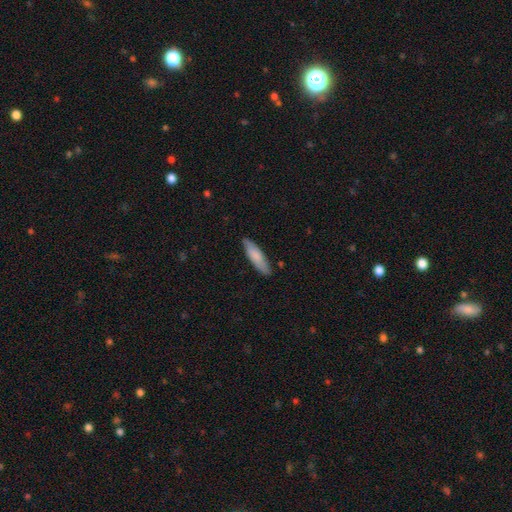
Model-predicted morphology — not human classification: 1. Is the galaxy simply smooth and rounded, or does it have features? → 78% smooth, 16% featured or disk, 5% star or artifact.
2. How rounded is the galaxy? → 62% cigar-shaped, 37% in between, 1% round.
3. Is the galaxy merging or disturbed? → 84% none, 13% minor disturbance, 2% major disturbance, 1% merger.